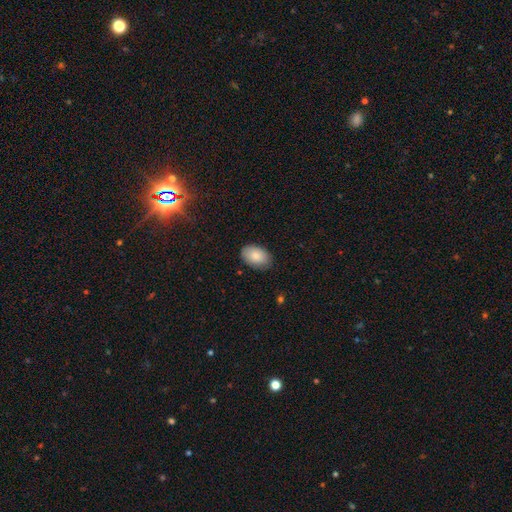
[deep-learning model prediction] This appears to be a smooth galaxy with no disk features (86%) that is in between round and cigar-shaped (91%). Merging: none (84%).